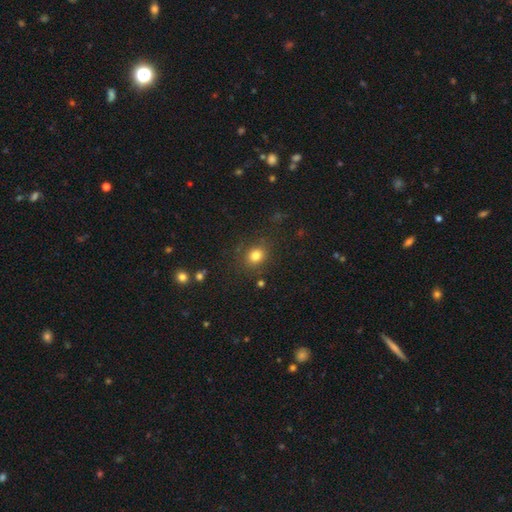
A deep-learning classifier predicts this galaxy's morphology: Smooth or featured? smooth (80%)
How rounded? round (73%)
Merging? none (83%)